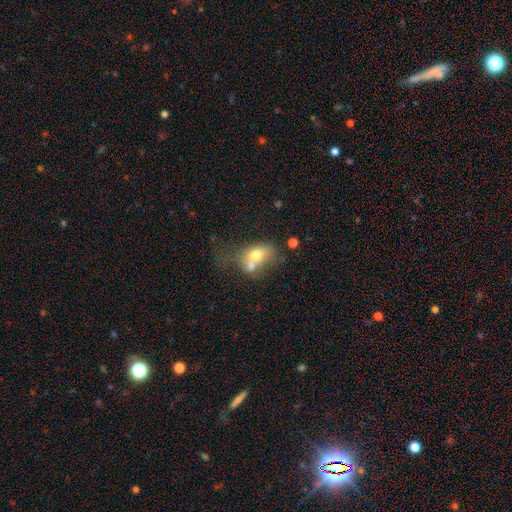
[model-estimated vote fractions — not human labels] Q: Smooth or featured?
A: smooth (61%); runner-up: featured or disk (29%)
Q: How rounded?
A: in between (70%); runner-up: round (28%)
Q: Merging?
A: merger (50%); runner-up: none (22%)